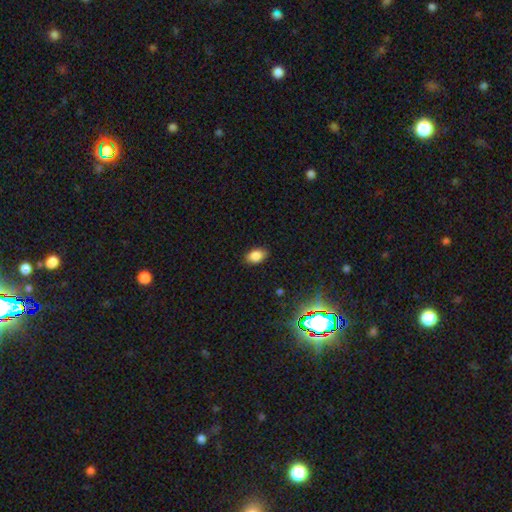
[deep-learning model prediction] Overall: smooth (83%). How rounded: in between (87%). Merging: none (86%).